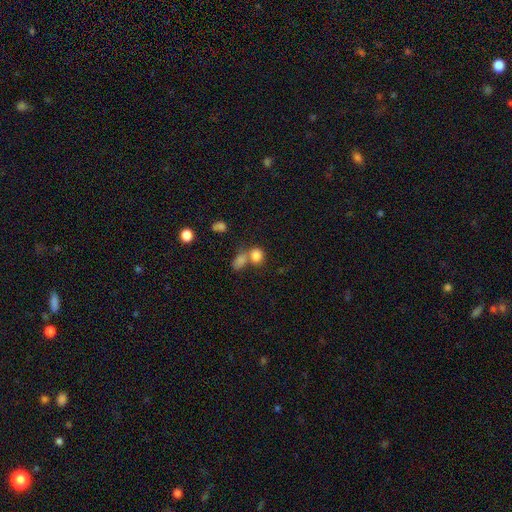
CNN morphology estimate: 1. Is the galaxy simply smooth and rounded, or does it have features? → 82% smooth, 11% star or artifact, 7% featured or disk.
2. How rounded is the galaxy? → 56% round, 42% in between, 1% cigar-shaped.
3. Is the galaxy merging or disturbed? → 46% merger, 39% none, 9% minor disturbance, 5% major disturbance.